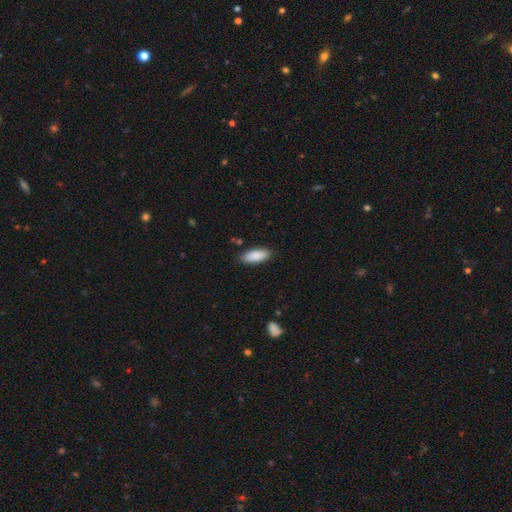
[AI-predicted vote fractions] This appears to be a smooth galaxy with no disk features (89%) that is in between round and cigar-shaped (78%). Merging: none (86%).